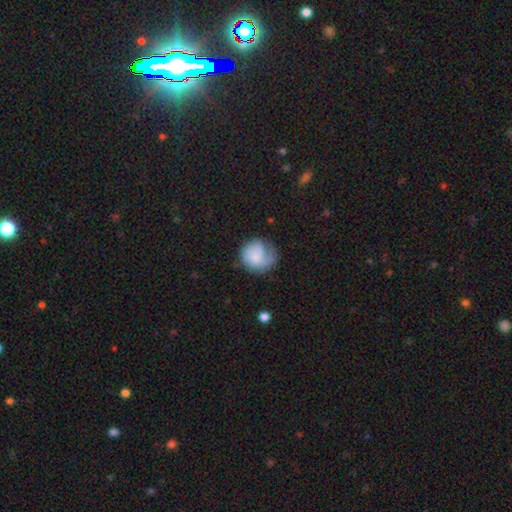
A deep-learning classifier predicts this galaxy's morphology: Overall: smooth (62%; featured or disk 31%). How rounded: round (83%). Merging: none (48%; minor disturbance 27%).